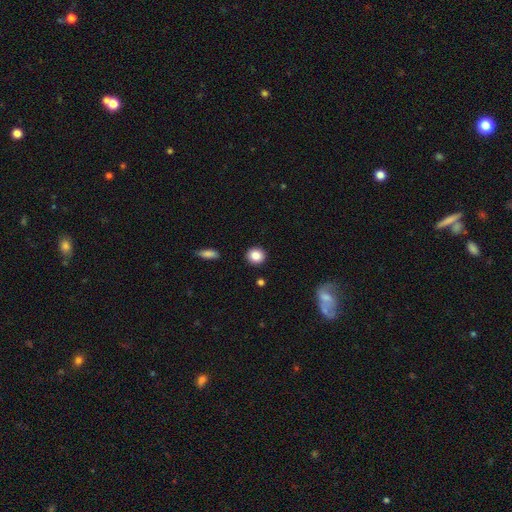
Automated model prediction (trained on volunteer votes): The model was most divided on "how rounded": round: 87%, in between: 11%, cigar-shaped: 1%. More confident: merging — none (91%); smooth or featured — smooth (86%).